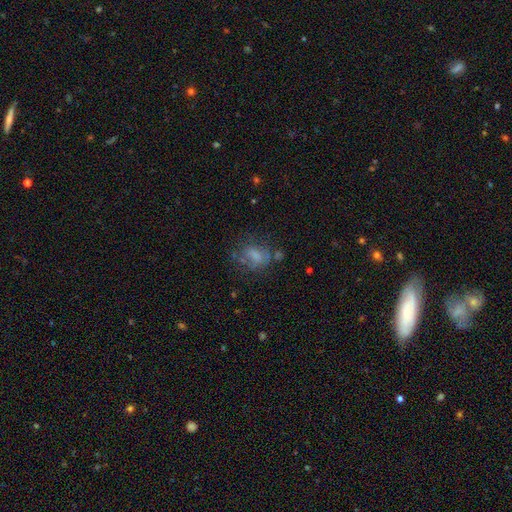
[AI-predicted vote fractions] A smooth galaxy with no disk features (55%) that is in between round and cigar-shaped (66%). Merging: none (46%).